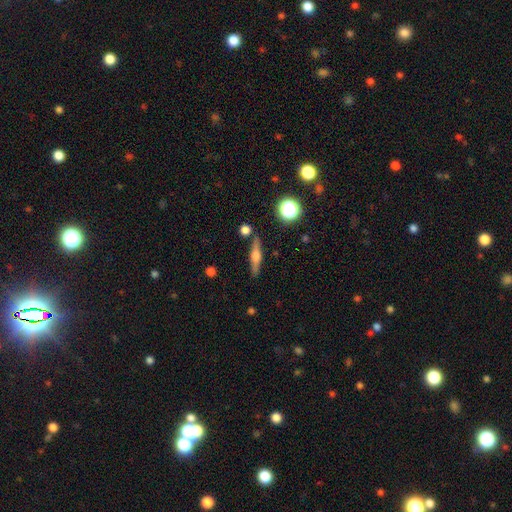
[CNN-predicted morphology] Smooth or featured? Predicted: featured or disk (p=0.58). Edge-on disk? Predicted: yes (p=0.96). Edge-on bulge? Predicted: rounded (p=0.80). Merging? Predicted: none (p=0.85).